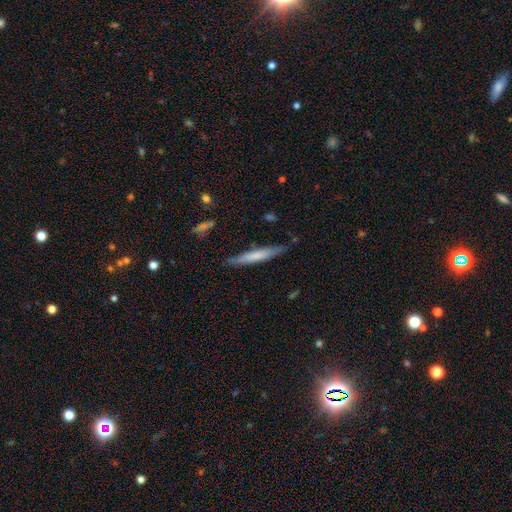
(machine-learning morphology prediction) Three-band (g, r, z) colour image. It shows a smooth galaxy with no disk features (62%) that is cigar-shaped (94%). Merging: none (84%).